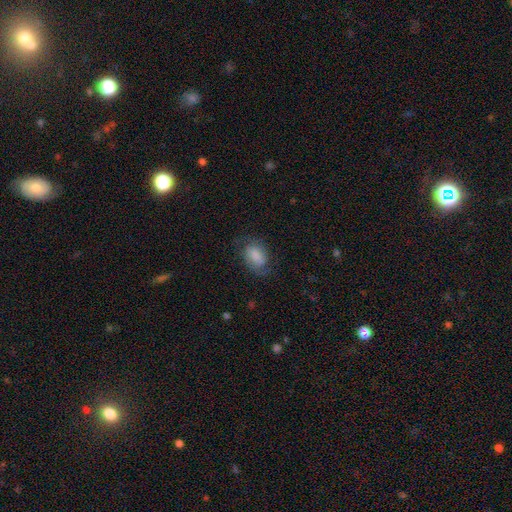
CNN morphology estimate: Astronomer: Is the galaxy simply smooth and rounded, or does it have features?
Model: smooth — 66%.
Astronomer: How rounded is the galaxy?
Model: in between — 83%.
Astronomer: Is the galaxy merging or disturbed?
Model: none — 61%.